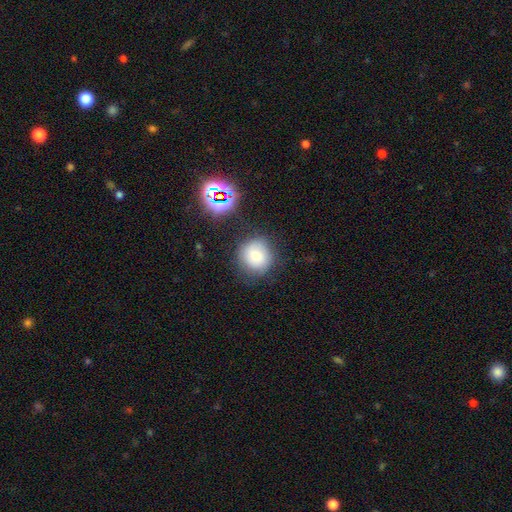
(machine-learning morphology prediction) smooth-or-featured: smooth: 77% | star or artifact: 12% | featured or disk: 11%
  how-rounded: round: 85% | in between: 14% | cigar-shaped: 1%
  merging: none: 72% | minor disturbance: 18% | major disturbance: 6% | merger: 4%